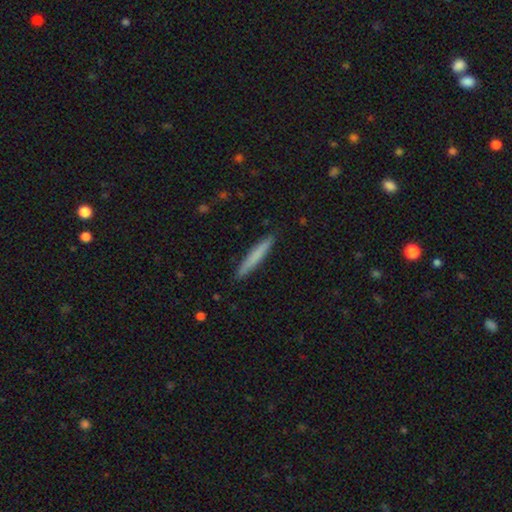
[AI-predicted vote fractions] Morphology: type=smooth (72%); roundness=cigar-shaped (96%); merging=none (91%).